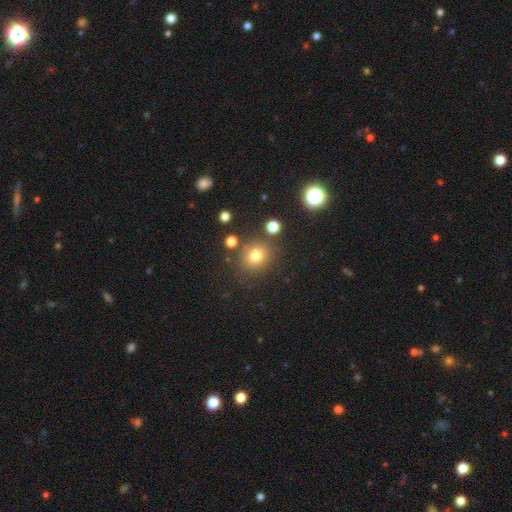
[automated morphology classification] type=smooth (76%); roundness=round (81%); merging=none (80%).